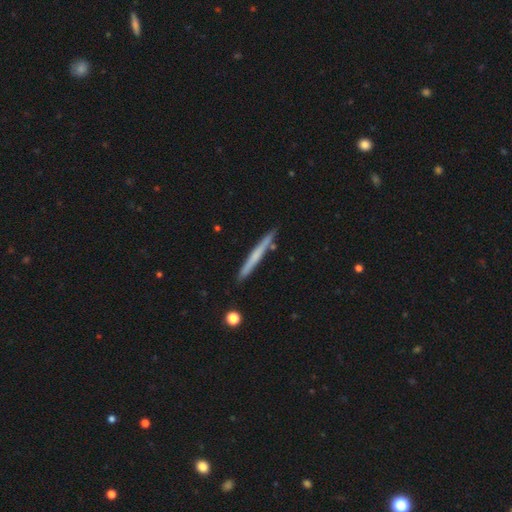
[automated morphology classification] This appears to be a smooth galaxy with no disk features (49%). Merging: none (87%).